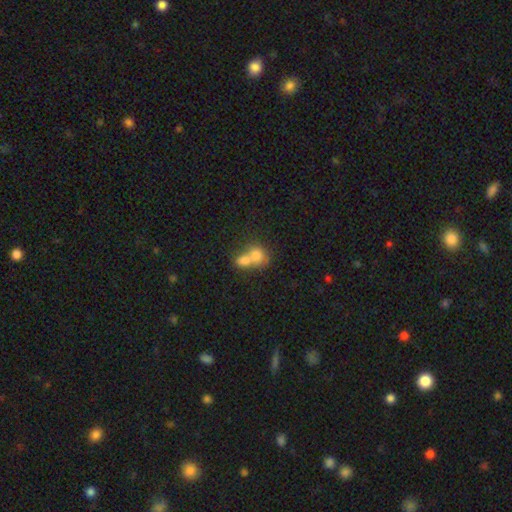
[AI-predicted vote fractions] Smooth or featured? smooth (73%)
How rounded? round (58%)
Merging? merger (72%)